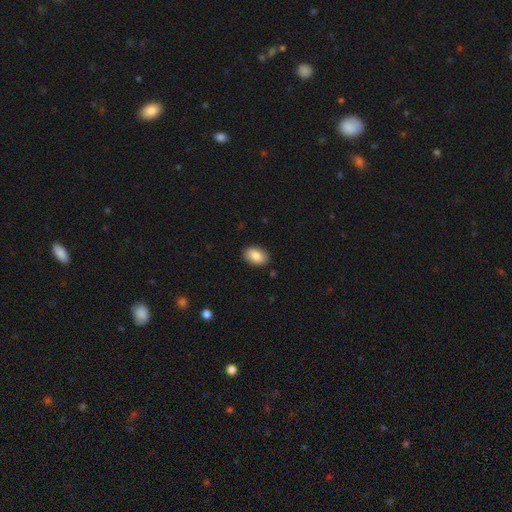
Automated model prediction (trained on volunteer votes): A smooth galaxy with no disk features (87%) that is in between round and cigar-shaped (90%).

Vote fractions:
- Smooth or featured? smooth: 87% / featured or disk: 7% / star or artifact: 7%
- How rounded? in between: 90% / round: 9% / cigar-shaped: 1%
- Merging? none: 88% / minor disturbance: 9% / major disturbance: 2% / merger: 1%